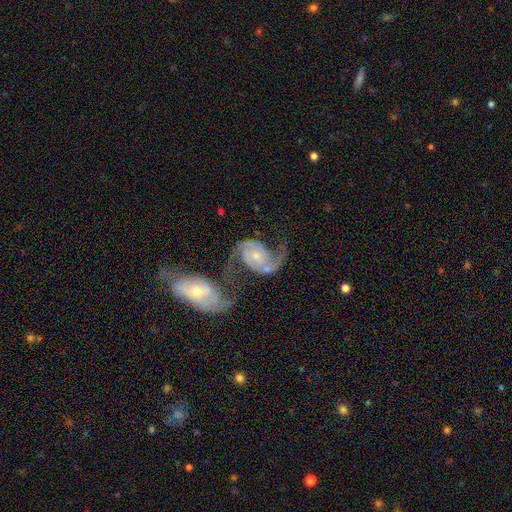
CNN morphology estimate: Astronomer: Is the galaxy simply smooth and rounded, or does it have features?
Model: featured or disk — 90%.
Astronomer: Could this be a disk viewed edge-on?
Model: no — 98%.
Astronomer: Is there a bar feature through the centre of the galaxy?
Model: no — 62%.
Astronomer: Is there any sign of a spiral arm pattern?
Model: yes — 98%.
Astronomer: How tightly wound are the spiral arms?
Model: medium — 50% (runner-up: loose, 35%).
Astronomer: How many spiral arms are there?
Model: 2 — 93%.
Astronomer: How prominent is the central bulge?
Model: small — 54% (runner-up: moderate, 36%).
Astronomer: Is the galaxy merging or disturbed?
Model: merger — 47% (runner-up: none, 31%).